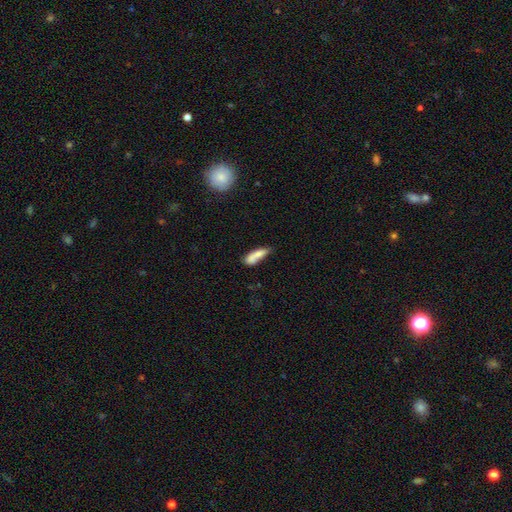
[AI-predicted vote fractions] smooth-or-featured: smooth: 77% | featured or disk: 16% | star or artifact: 7%
  how-rounded: cigar-shaped: 52% | in between: 46% | round: 2%
  merging: none: 46% | minor disturbance: 28% | merger: 17% | major disturbance: 10%